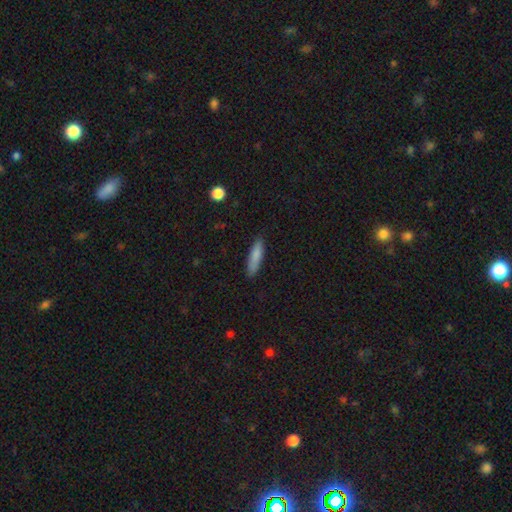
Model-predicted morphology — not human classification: smooth-or-featured: smooth: 83% | featured or disk: 10% | star or artifact: 6%
  how-rounded: cigar-shaped: 73% | in between: 25% | round: 2%
  merging: none: 87% | minor disturbance: 10% | major disturbance: 2% | merger: 1%